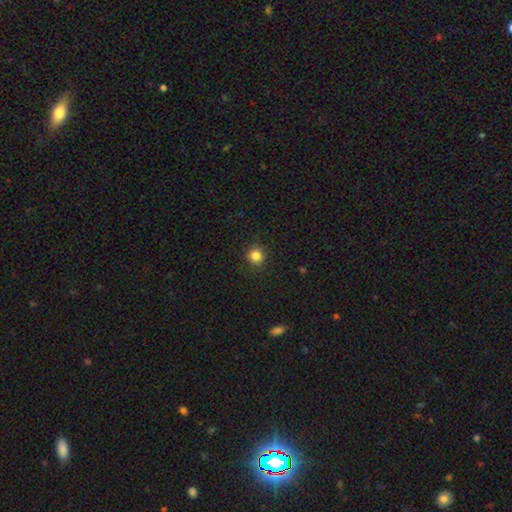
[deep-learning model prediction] Morphology: type=smooth (84%); roundness=round (91%); merging=none (91%).